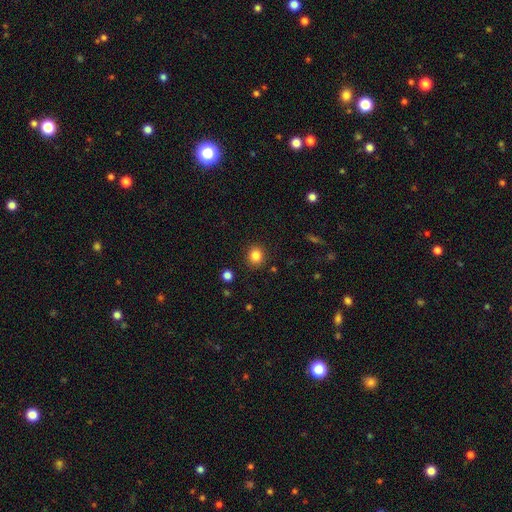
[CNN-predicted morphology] type=smooth (84%); roundness=round (85%); merging=none (90%).